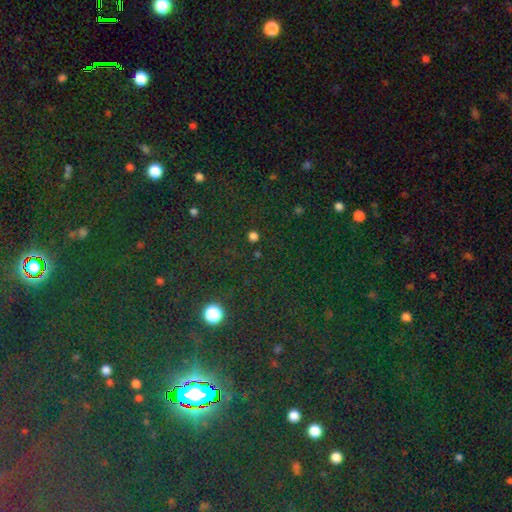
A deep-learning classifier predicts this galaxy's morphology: Smooth or featured?
  - star or artifact: 82% *
  - smooth: 11%
  - featured or disk: 7%